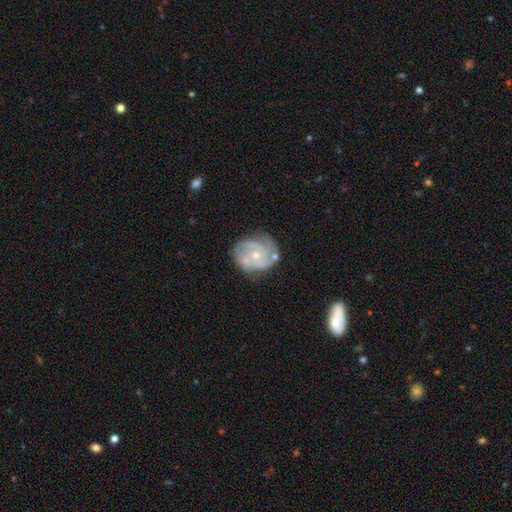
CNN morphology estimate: Smooth or featured?
  - featured or disk: 84% *
  - smooth: 11%
  - star or artifact: 5%
Edge-on disk?
  - no: 98% *
  - yes: 2%
Bar?
  - no: 75% *
  - weak: 21%
  - strong: 4%
Spiral arms?
  - yes: 94% *
  - no: 6%
Spiral winding?
  - tight: 53% *
  - medium: 38%
  - loose: 9%
Spiral arm count?
  - 3: 45% *
  - 2: 21%
  - can't tell: 16%
  - 4: 10%
  - 1: 4%
  - more than 4: 4%
Bulge size?
  - small: 59% *
  - moderate: 38%
  - none: 1%
  - large: 1%
  - dominant: 1%
Merging?
  - none: 64% *
  - minor disturbance: 22%
  - major disturbance: 8%
  - merger: 6%